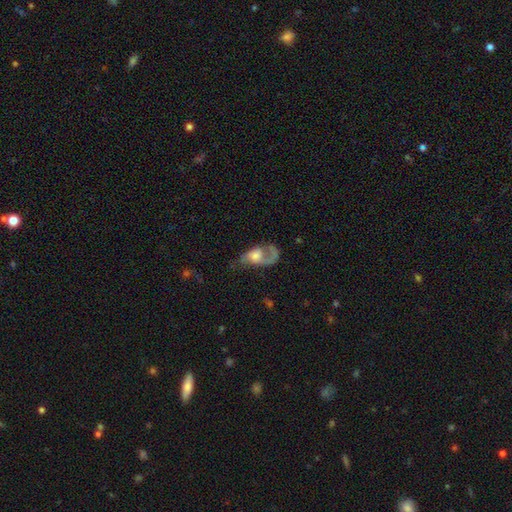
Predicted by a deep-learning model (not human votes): A featured or disk galaxy (63%) with no bar (73%), spiral arms (78%) and a moderate central bulge (43%). Merging: major disturbance (44%).